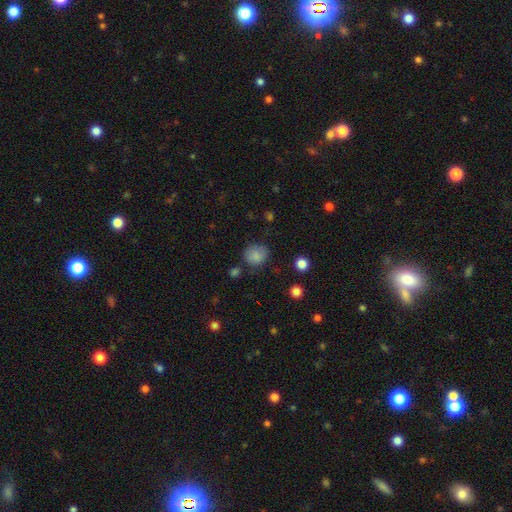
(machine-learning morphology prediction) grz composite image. It shows a smooth galaxy with no disk features (83%) that is round (77%). Merging: none (71%).